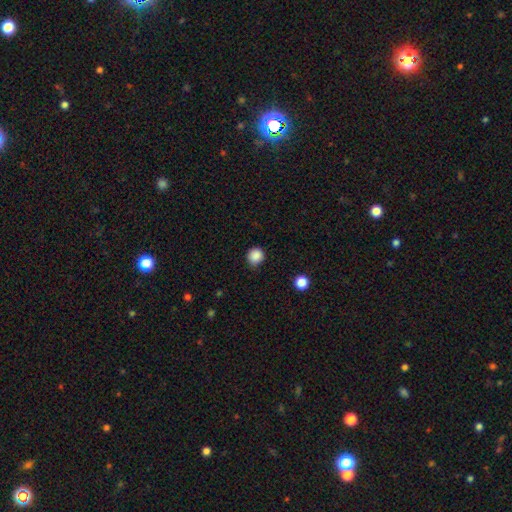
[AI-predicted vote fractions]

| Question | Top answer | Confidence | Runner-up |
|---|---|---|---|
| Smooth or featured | smooth | 87% | star or artifact (10%) |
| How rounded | round | 88% | in between (12%) |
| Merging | none | 85% | minor disturbance (11%) |